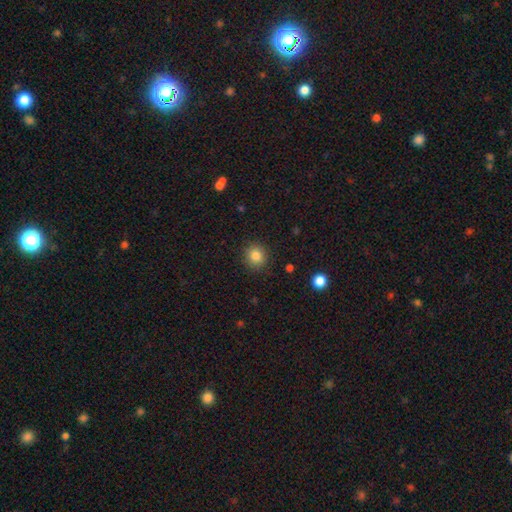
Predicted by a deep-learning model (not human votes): This is clearly a smooth galaxy (84%). How rounded: clearly round (89%). Merging: clearly none (89%).